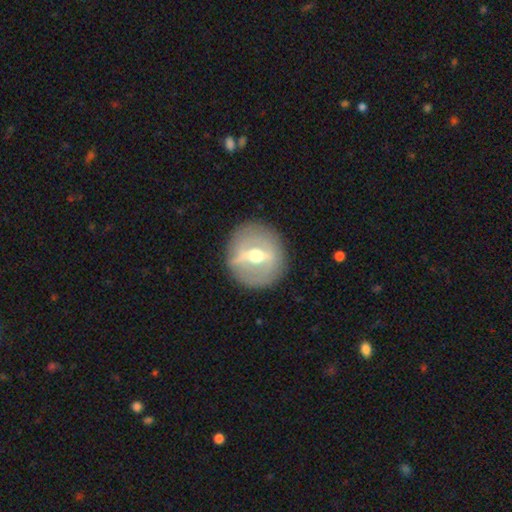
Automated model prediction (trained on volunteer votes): Overall: featured or disk (74%). Edge-on disk: no (78%). Bar: strong (66%). Spiral arms: no (76%). Bulge size: moderate (74%). Merging: none (85%).